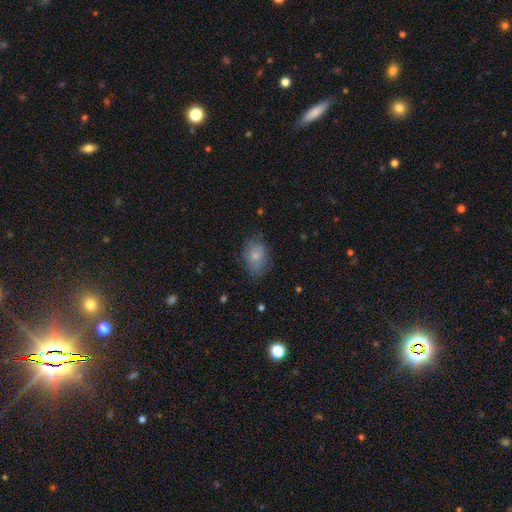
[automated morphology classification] Overall: smooth (77%). How rounded: in between (78%). Merging: none (64%; minor disturbance 26%).